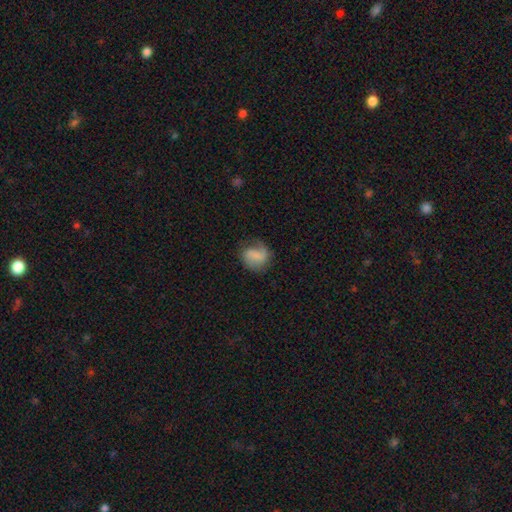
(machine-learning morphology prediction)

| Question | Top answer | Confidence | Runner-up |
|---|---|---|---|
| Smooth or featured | smooth | 50% | featured or disk (42%) |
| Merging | none | 60% | minor disturbance (24%) |